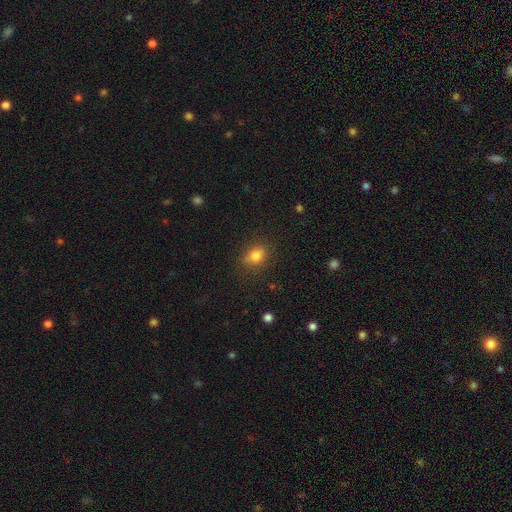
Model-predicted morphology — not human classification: Smooth or featured? Predicted: smooth (p=0.79). How rounded? Predicted: in between (p=0.56). Merging? Predicted: none (p=0.80).